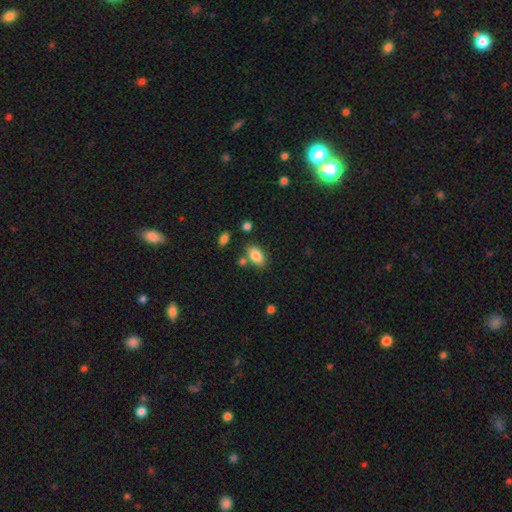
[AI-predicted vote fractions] smooth-or-featured: smooth: 83% | featured or disk: 9% | star or artifact: 8%
  how-rounded: in between: 92% | round: 5% | cigar-shaped: 4%
  merging: none: 75% | minor disturbance: 13% | merger: 9% | major disturbance: 3%